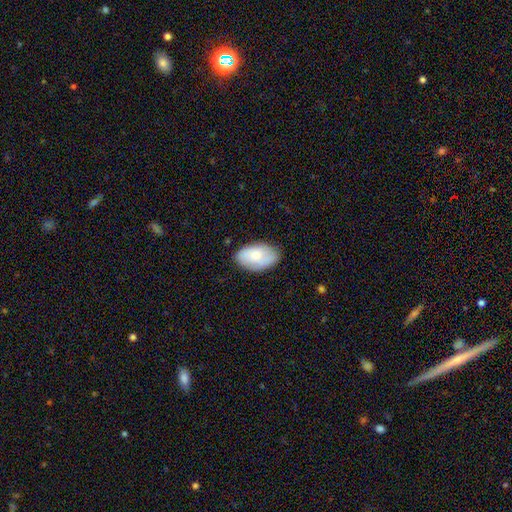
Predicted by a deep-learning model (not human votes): Smooth or featured? smooth (74%)
How rounded? in between (93%)
Merging? none (77%)